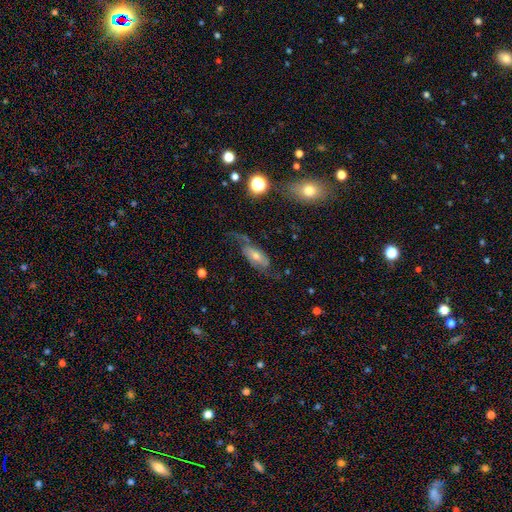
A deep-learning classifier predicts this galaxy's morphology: A featured or disk galaxy (70%) with no bar (51%), 2 (80%) loose (45%) spiral arms (88%) and a moderate central bulge (52%).

Vote fractions:
- Smooth or featured? featured or disk: 70% / smooth: 20% / star or artifact: 10%
- Edge-on disk? no: 86% / yes: 14%
- Bar? no: 51% / weak: 35% / strong: 14%
- Spiral arms? yes: 88% / no: 12%
- Spiral winding? loose: 45% / medium: 38% / tight: 16%
- Spiral arm count? 2: 80% / can't tell: 9% / 1: 7% / 3: 2% / 4: 1% / more than 4: 1%
- Bulge size? moderate: 52% / small: 38% / large: 6% / none: 3% / dominant: 2%
- Merging? none: 58% / minor disturbance: 20% / major disturbance: 19% / merger: 3%